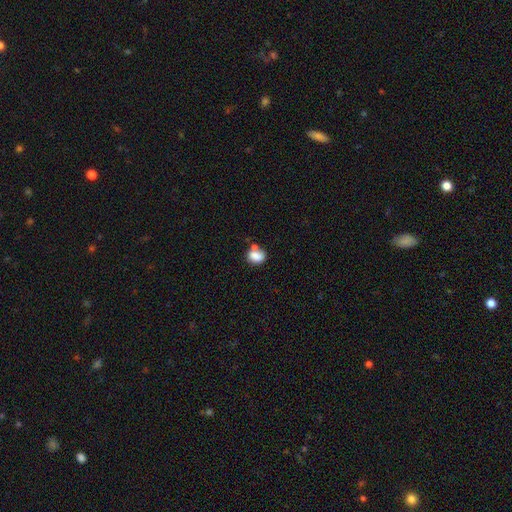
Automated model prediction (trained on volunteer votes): The model was most divided on "merging": none: 47%, merger: 29%, minor disturbance: 18%, major disturbance: 6%. More confident: smooth or featured — smooth (82%); how rounded — in between (63%).